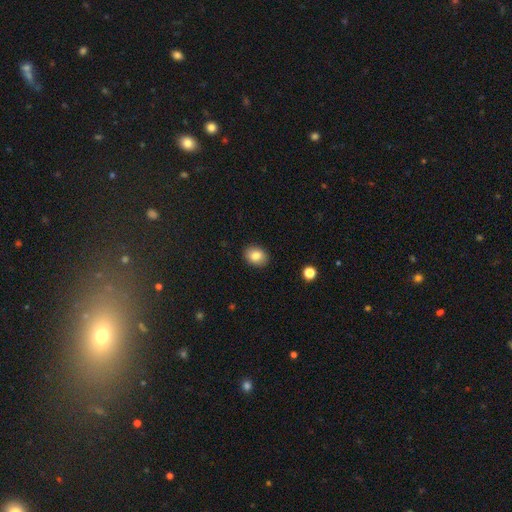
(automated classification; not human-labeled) smooth-or-featured: smooth: 82% | star or artifact: 9% | featured or disk: 8%
  how-rounded: in between: 55% | round: 44% | cigar-shaped: 1%
  merging: none: 90% | minor disturbance: 7% | major disturbance: 2% | merger: 1%